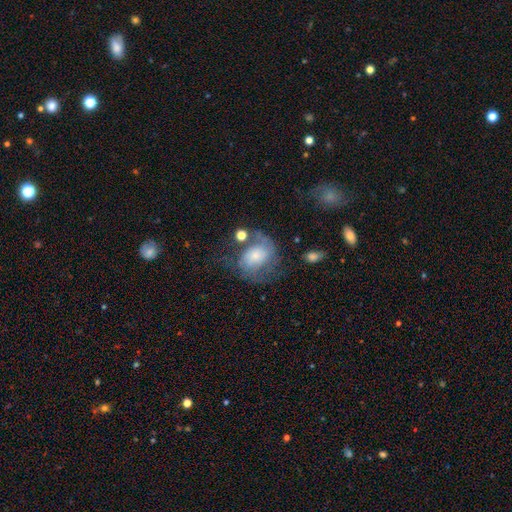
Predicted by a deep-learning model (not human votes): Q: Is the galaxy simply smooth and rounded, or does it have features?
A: featured or disk — 49%.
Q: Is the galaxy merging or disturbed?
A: none — 35%.